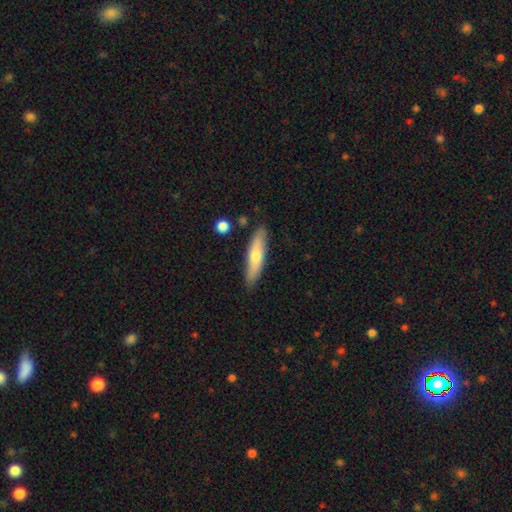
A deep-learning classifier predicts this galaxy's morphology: Smooth or featured? smooth (60%)
How rounded? cigar-shaped (76%)
Merging? none (85%)